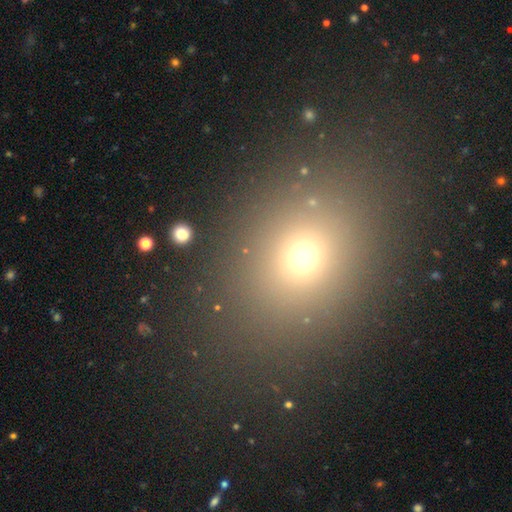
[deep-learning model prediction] Morphology: type=smooth (66%); roundness=round (51%); merging=none (87%).